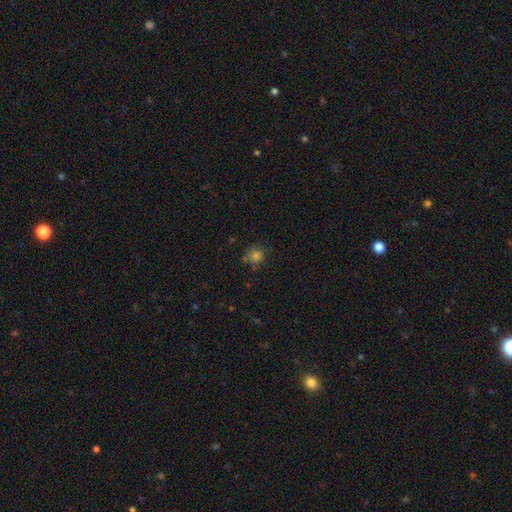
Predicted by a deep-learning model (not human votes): smooth 76%, star or artifact 17%, featured or disk 7%. Down the decision tree: how rounded — round (88%); merging — none (75%).